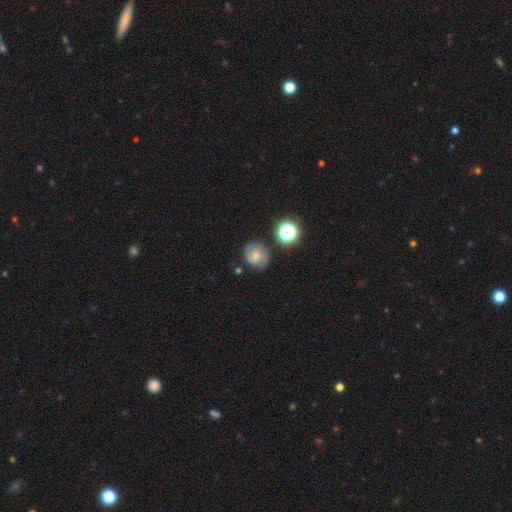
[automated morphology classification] A featured or disk galaxy (43%, tied with smooth). Merging: none (74%).